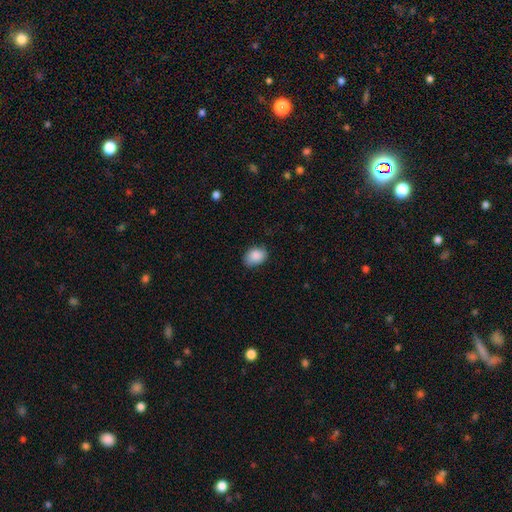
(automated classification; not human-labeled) Smooth or featured? smooth (88%)
How rounded? in between (73%)
Merging? none (78%)